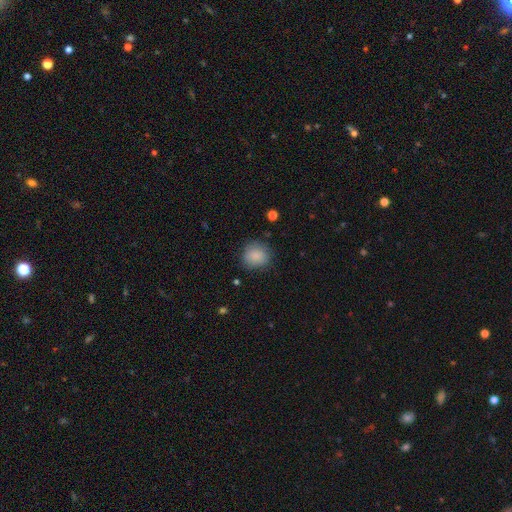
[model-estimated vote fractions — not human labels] Smooth or featured?
  - smooth: 86% *
  - star or artifact: 8%
  - featured or disk: 6%
How rounded?
  - round: 82% *
  - in between: 17%
  - cigar-shaped: 1%
Merging?
  - none: 77% *
  - minor disturbance: 17%
  - major disturbance: 5%
  - merger: 1%